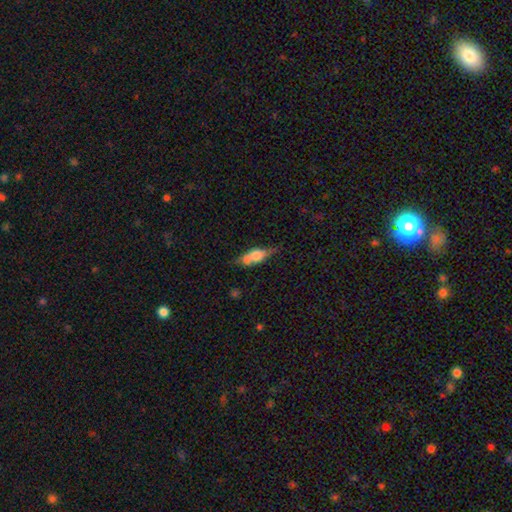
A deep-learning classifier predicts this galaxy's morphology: Smooth or featured?
  - smooth: 58% *
  - featured or disk: 34%
  - star or artifact: 8%
How rounded?
  - in between: 63% *
  - cigar-shaped: 32%
  - round: 6%
Merging?
  - none: 43% *
  - minor disturbance: 25%
  - merger: 23%
  - major disturbance: 9%